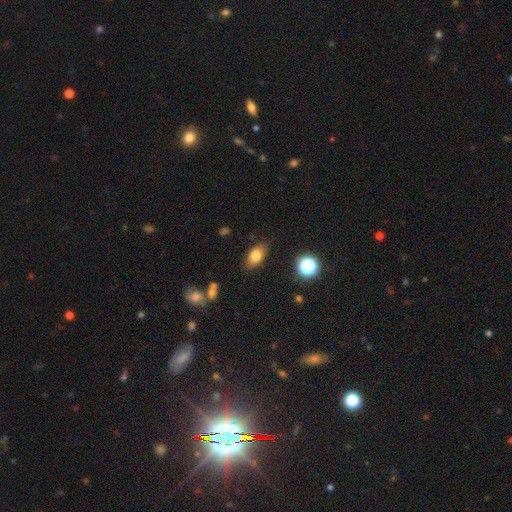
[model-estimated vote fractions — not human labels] Morphology: type=smooth (79%); roundness=in between (85%); merging=none (83%).